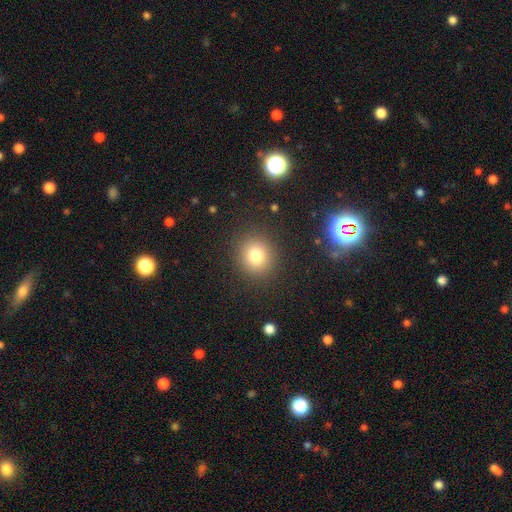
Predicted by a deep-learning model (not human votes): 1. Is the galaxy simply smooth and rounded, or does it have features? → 79% smooth, 13% star or artifact, 8% featured or disk.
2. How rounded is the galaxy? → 86% round, 13% in between, 1% cigar-shaped.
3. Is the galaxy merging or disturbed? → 89% none, 7% minor disturbance, 3% major disturbance, 1% merger.